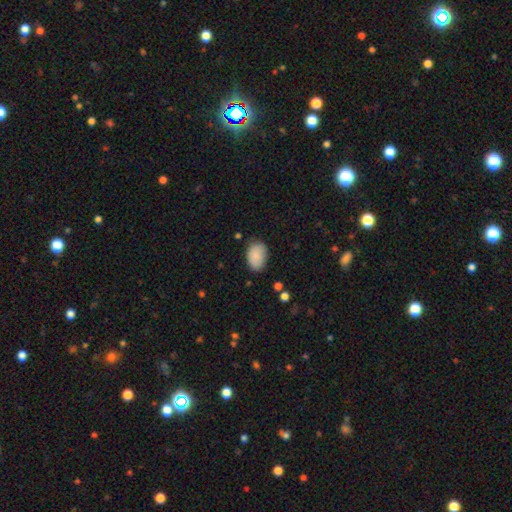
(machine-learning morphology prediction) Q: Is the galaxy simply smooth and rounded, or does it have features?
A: smooth — 86%.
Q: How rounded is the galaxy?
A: in between — 90%.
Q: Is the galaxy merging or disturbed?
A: none — 77%.